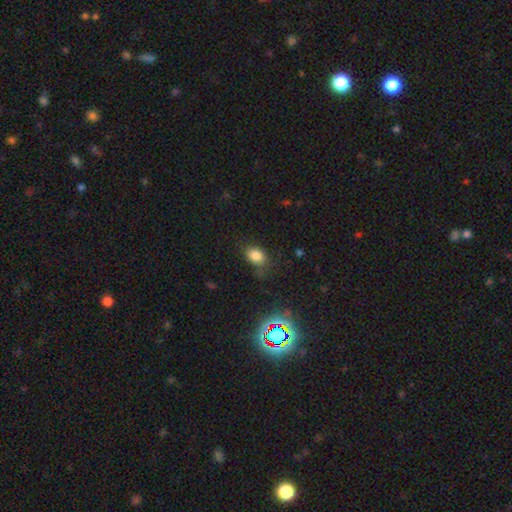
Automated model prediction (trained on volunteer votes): Q: Smooth or featured?
A: smooth (78%); runner-up: star or artifact (15%)
Q: How rounded?
A: in between (72%); runner-up: round (27%)
Q: Merging?
A: none (66%); runner-up: minor disturbance (23%)